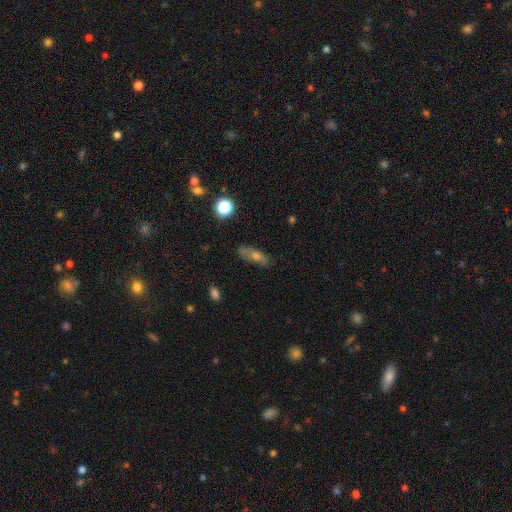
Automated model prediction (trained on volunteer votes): Overall: smooth (58%; featured or disk 29%). How rounded: in between (47%, tied with cigar-shaped). Merging: none (77%).